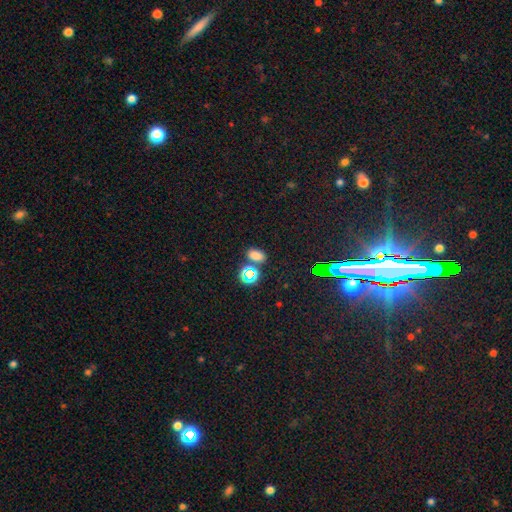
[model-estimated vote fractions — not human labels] A smooth galaxy with no disk features (70%) that is in between round and cigar-shaped (82%). Merging: none (73%).